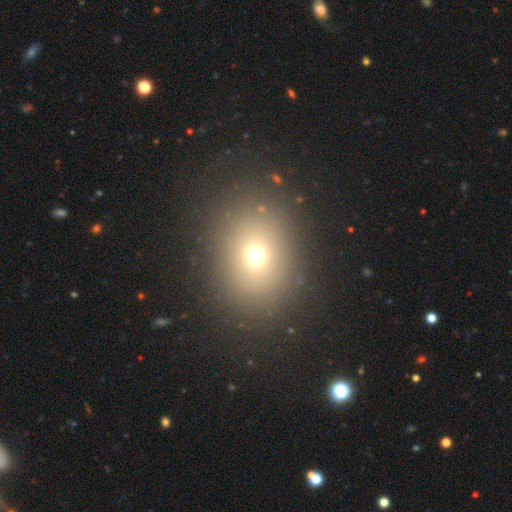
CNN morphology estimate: Smooth or featured: smooth — 68% (star or artifact — 20%)
How rounded: round — 54% (in between — 45%)
Merging: none — 85% (minor disturbance — 8%)